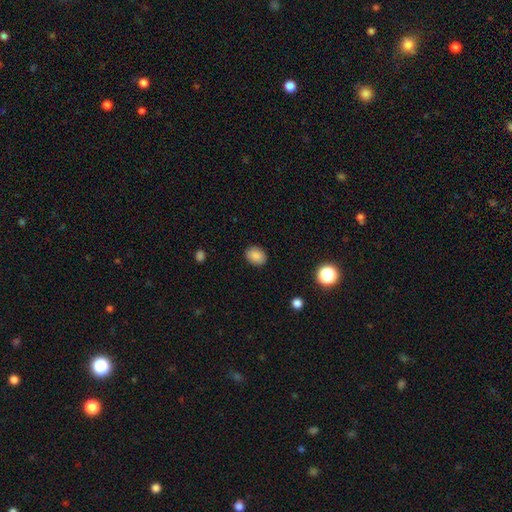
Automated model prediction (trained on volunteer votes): Q: Smooth or featured?
A: smooth (87%); runner-up: star or artifact (9%)
Q: How rounded?
A: in between (67%); runner-up: round (32%)
Q: Merging?
A: none (87%); runner-up: minor disturbance (9%)